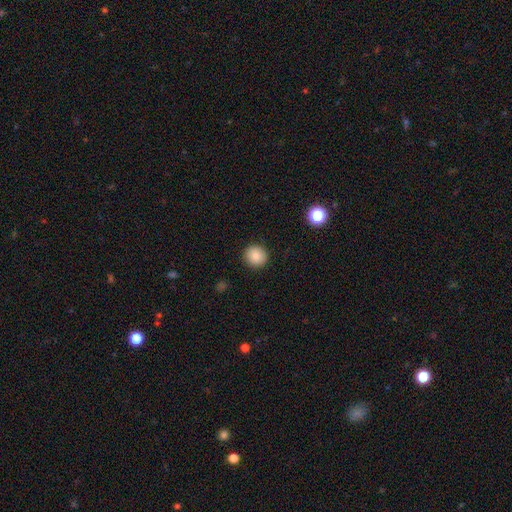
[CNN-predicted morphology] Smooth or featured? Predicted: smooth (p=0.86). How rounded? Predicted: round (p=0.92). Merging? Predicted: none (p=0.92).